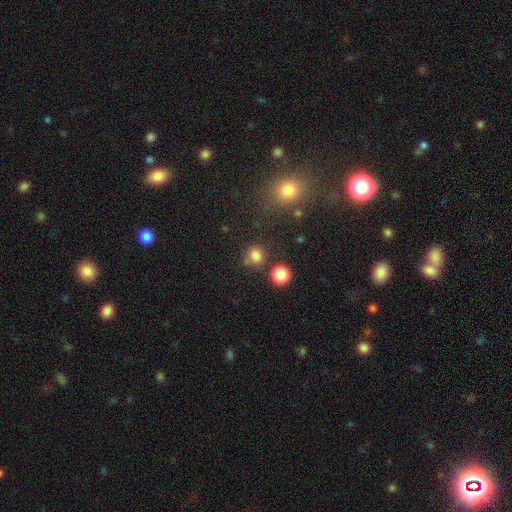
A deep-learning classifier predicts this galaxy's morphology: The model was most divided on "merging": none: 70%, minor disturbance: 13%, merger: 11%, major disturbance: 5%. More confident: how rounded — round (85%); smooth or featured — smooth (80%).